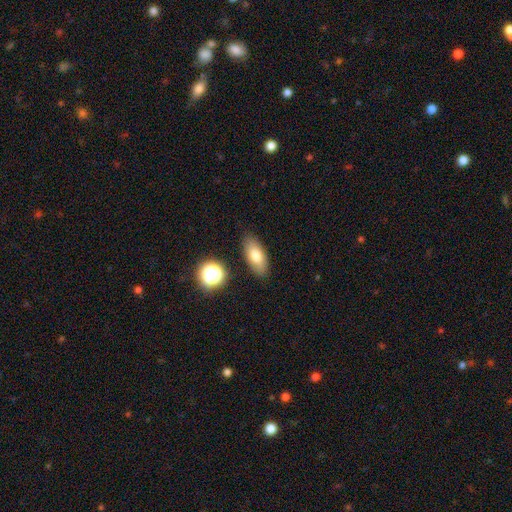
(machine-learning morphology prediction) smooth-or-featured: smooth: 75% | featured or disk: 16% | star or artifact: 9%
  how-rounded: in between: 85% | cigar-shaped: 10% | round: 5%
  merging: none: 85% | minor disturbance: 11% | major disturbance: 3% | merger: 2%